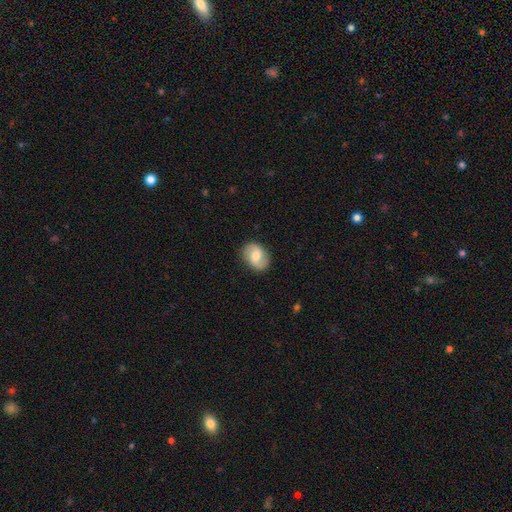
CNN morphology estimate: Smooth or featured? Predicted: featured or disk (p=0.57). Edge-on disk? Predicted: no (p=0.97). Bar? Predicted: no (p=0.44, tied with weak). Spiral arms? Predicted: yes (p=0.87). Bulge size? Predicted: moderate (p=0.67). Merging? Predicted: none (p=0.84).